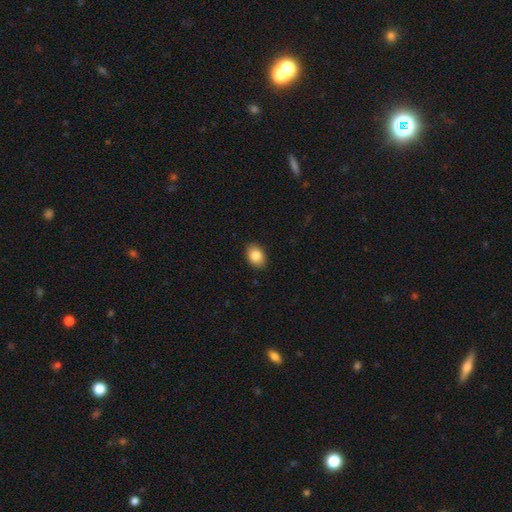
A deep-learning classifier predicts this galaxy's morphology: smooth_or_featured: smooth (p=0.85) [alt: star or artifact p=0.08]
how_rounded: in between (p=0.81) [alt: round p=0.18]
merging: none (p=0.90) [alt: minor disturbance p=0.07]